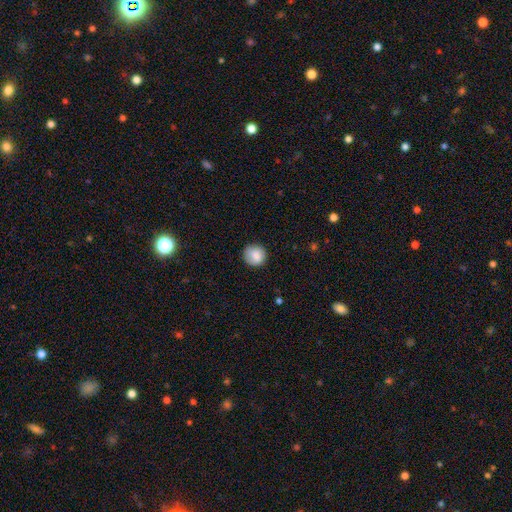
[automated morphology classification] A smooth galaxy with no disk features (84%) that is round (90%). Merging: none (82%).